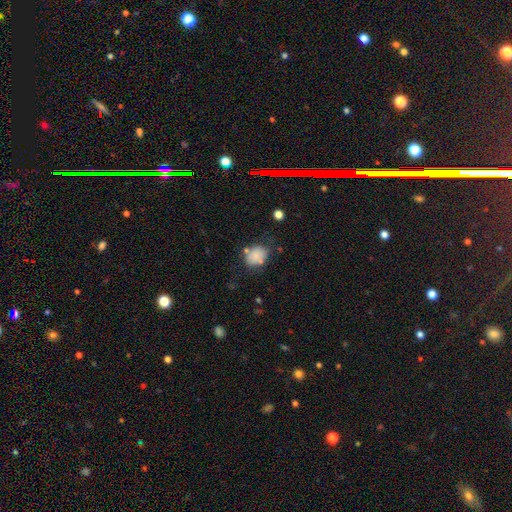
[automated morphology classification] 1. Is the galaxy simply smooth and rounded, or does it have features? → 81% smooth, 10% star or artifact, 9% featured or disk.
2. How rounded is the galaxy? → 53% in between, 46% round, 1% cigar-shaped.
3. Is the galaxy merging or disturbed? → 59% none, 24% minor disturbance, 9% major disturbance, 7% merger.